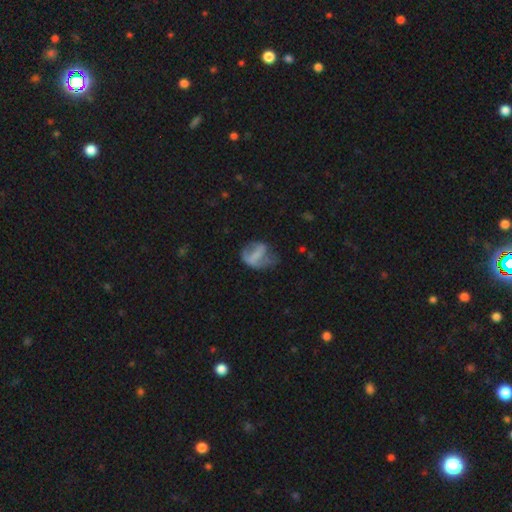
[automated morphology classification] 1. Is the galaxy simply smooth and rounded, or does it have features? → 50% smooth, 39% featured or disk, 10% star or artifact.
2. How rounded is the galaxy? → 62% in between, 35% round, 3% cigar-shaped.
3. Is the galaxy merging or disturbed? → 37% major disturbance, 30% minor disturbance, 30% none, 3% merger.